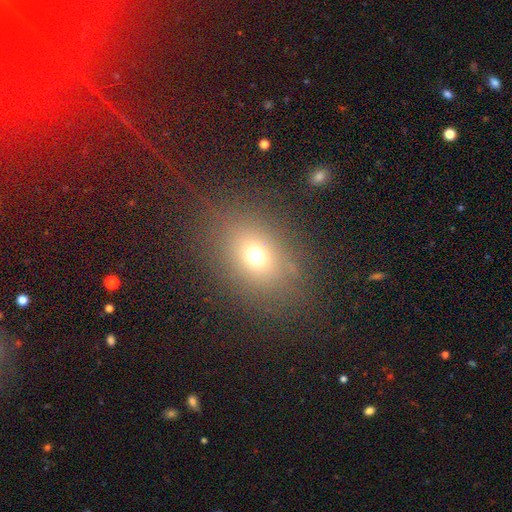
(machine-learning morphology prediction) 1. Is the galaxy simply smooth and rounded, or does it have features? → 66% smooth, 20% star or artifact, 13% featured or disk.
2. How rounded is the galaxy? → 56% in between, 42% round, 2% cigar-shaped.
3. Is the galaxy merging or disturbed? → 79% none, 11% minor disturbance, 8% major disturbance, 2% merger.